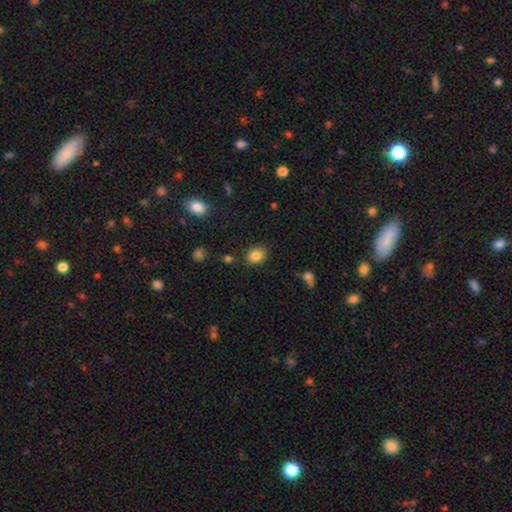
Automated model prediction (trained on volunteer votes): Smooth or featured?
  - smooth: 84% *
  - star or artifact: 10%
  - featured or disk: 6%
How rounded?
  - in between: 53% *
  - round: 46%
  - cigar-shaped: 1%
Merging?
  - none: 81% *
  - minor disturbance: 13%
  - major disturbance: 3%
  - merger: 3%